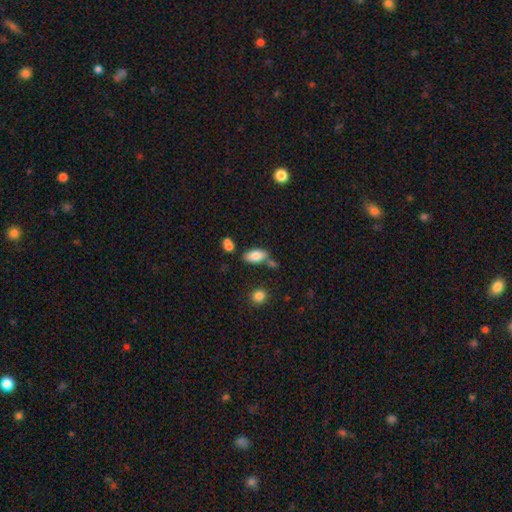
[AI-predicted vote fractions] Overall: smooth (81%). How rounded: in between (92%). Merging: none (67%).